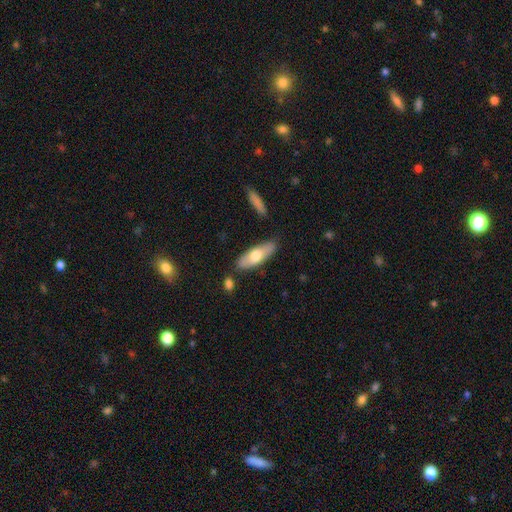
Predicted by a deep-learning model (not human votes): Smooth or featured? smooth (63%)
How rounded? in between (63%)
Merging? none (80%)